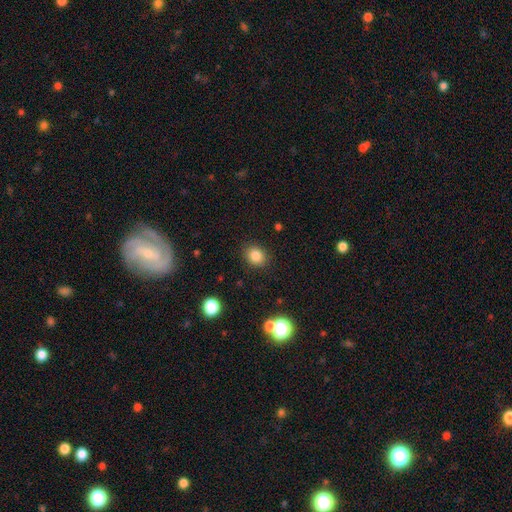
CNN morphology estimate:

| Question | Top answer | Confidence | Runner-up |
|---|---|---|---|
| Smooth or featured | smooth | 83% | star or artifact (12%) |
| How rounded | round | 67% | in between (32%) |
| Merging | none | 87% | minor disturbance (8%) |